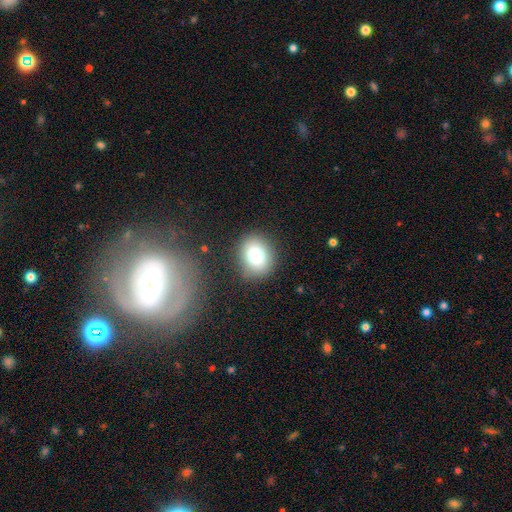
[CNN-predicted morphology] The model was most divided on "how rounded": round: 69%, in between: 30%, cigar-shaped: 1%. More confident: merging — none (85%); smooth or featured — smooth (77%).